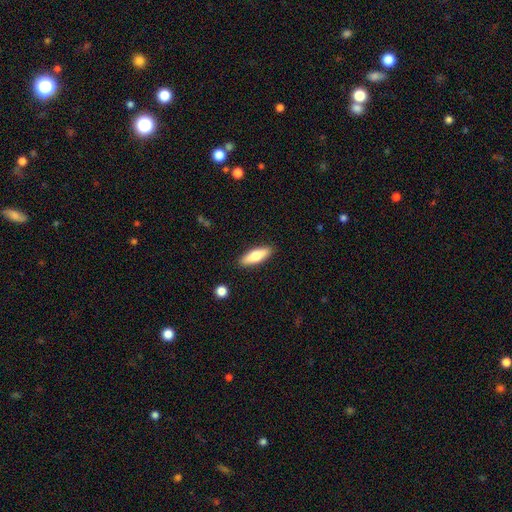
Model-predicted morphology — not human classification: The model was most divided on "how rounded": in between: 52%, cigar-shaped: 46%, round: 2%. More confident: merging — none (89%); smooth or featured — smooth (68%).